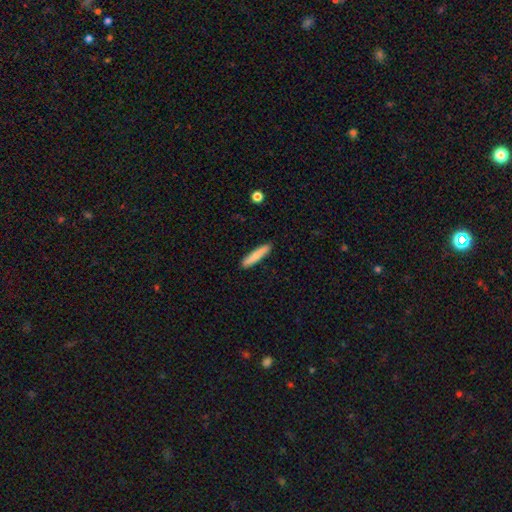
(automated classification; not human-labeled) Smooth or featured?
  - smooth: 82% *
  - featured or disk: 12%
  - star or artifact: 6%
How rounded?
  - cigar-shaped: 90% *
  - in between: 9%
  - round: 1%
Merging?
  - none: 89% *
  - minor disturbance: 9%
  - major disturbance: 2%
  - merger: 1%